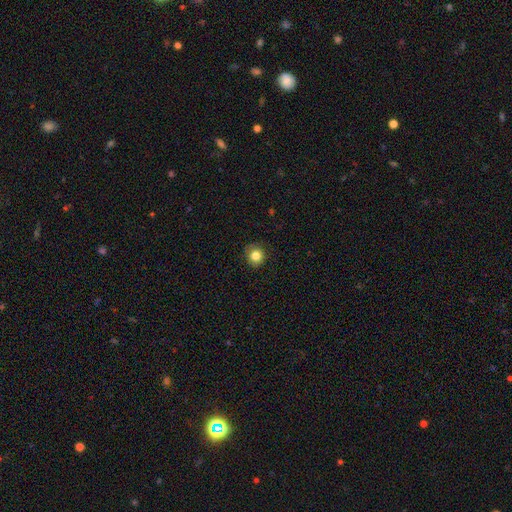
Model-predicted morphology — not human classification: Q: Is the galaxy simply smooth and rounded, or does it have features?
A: smooth — 83%.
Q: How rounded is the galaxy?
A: round — 93%.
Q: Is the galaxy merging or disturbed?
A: none — 86%.